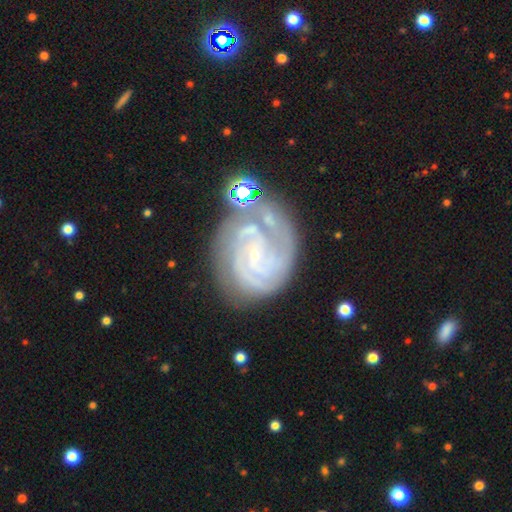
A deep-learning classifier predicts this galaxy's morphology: Q: Smooth or featured?
A: featured or disk (88%); runner-up: star or artifact (6%)
Q: Edge-on disk?
A: no (98%); runner-up: yes (2%)
Q: Bar?
A: no (51%); runner-up: weak (36%)
Q: Spiral arms?
A: yes (97%); runner-up: no (3%)
Q: Spiral winding?
A: tight (68%); runner-up: medium (28%)
Q: Spiral arm count?
A: 3 (30%); runner-up: 2 (29%)
Q: Bulge size?
A: small (84%); runner-up: moderate (9%)
Q: Merging?
A: none (57%); runner-up: minor disturbance (22%)